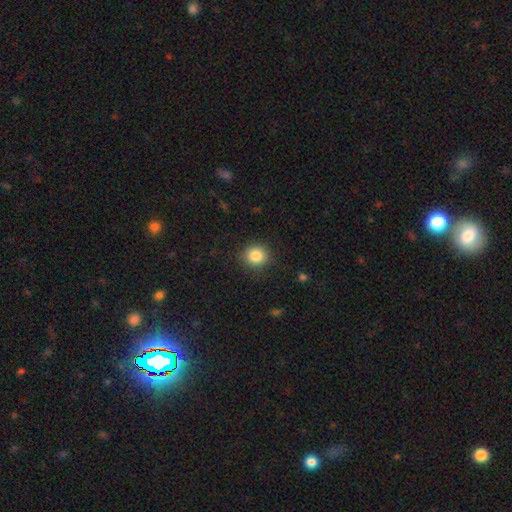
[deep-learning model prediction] The model was most divided on "how rounded": round: 85%, in between: 14%, cigar-shaped: 1%. More confident: merging — none (88%); smooth or featured — smooth (85%).